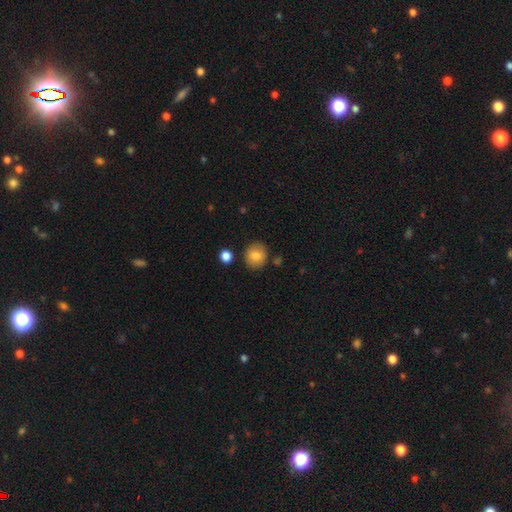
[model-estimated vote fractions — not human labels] smooth 82%, featured or disk 9%, star or artifact 9%. Down the decision tree: how rounded — round (81%); merging — none (85%).